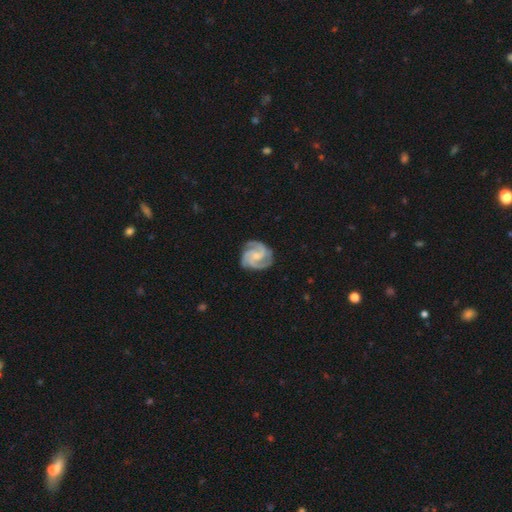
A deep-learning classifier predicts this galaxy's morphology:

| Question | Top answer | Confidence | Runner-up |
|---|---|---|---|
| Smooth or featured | featured or disk | 92% | smooth (5%) |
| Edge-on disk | no | 99% | yes (1%) |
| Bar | no | 57% | weak (34%) |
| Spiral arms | yes | 99% | no (1%) |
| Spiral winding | tight | 51% | medium (44%) |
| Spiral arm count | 3 | 73% | 4 (10%) |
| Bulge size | small | 60% | moderate (31%) |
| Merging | none | 82% | minor disturbance (13%) |